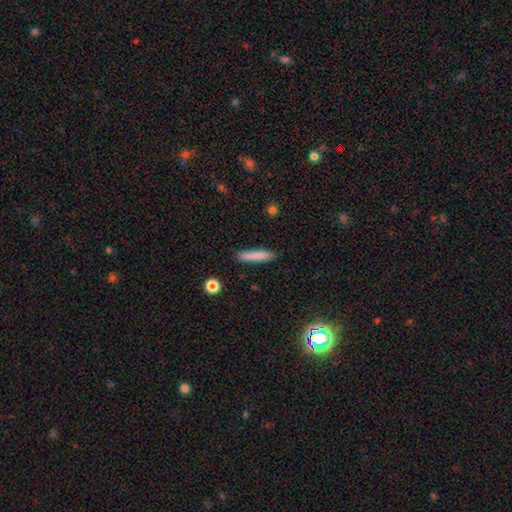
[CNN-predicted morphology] This is clearly a smooth galaxy (82%). How rounded: clearly cigar-shaped (89%). Merging: clearly none (89%).